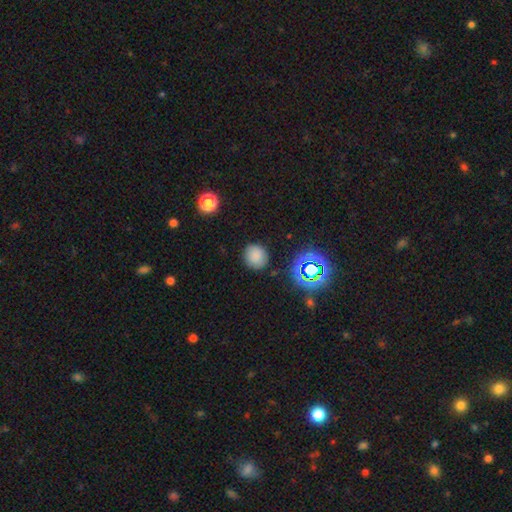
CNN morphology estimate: Q: Smooth or featured?
A: smooth (78%); runner-up: star or artifact (16%)
Q: How rounded?
A: round (87%); runner-up: in between (12%)
Q: Merging?
A: none (86%); runner-up: minor disturbance (9%)